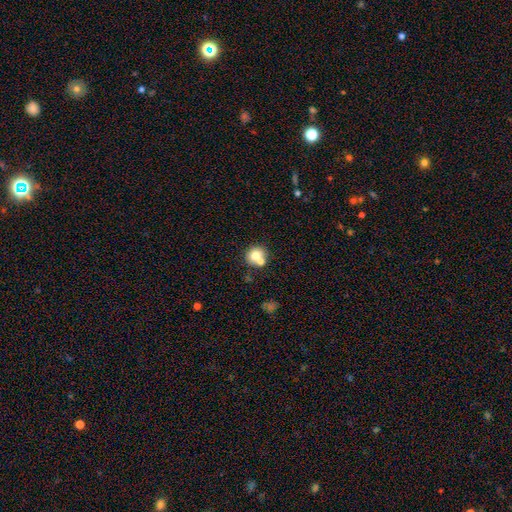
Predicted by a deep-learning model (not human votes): This is likely a smooth galaxy (75%). How rounded: clearly round (86%). Merging: possibly none (57%).